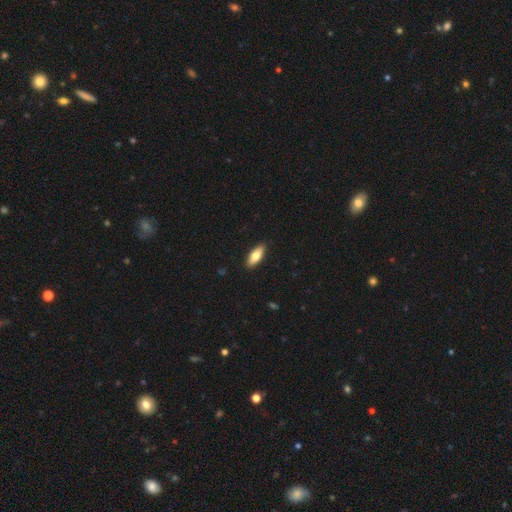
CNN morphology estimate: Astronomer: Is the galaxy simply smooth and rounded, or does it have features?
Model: smooth — 74%.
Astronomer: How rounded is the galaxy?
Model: in between — 78%.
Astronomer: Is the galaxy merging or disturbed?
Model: none — 90%.